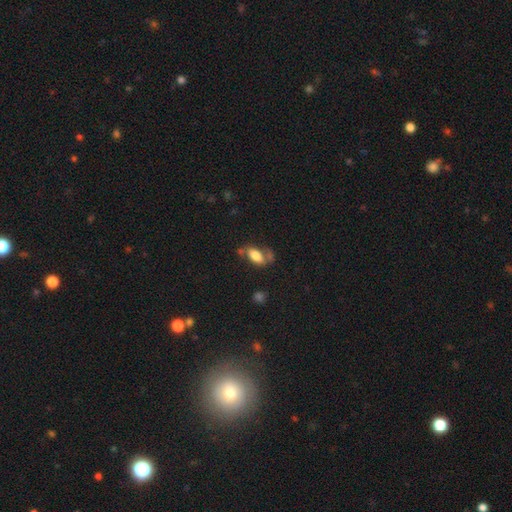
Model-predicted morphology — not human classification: This appears to be a smooth galaxy with no disk features (70%) that is in between round and cigar-shaped (86%). Merging: none (51%).